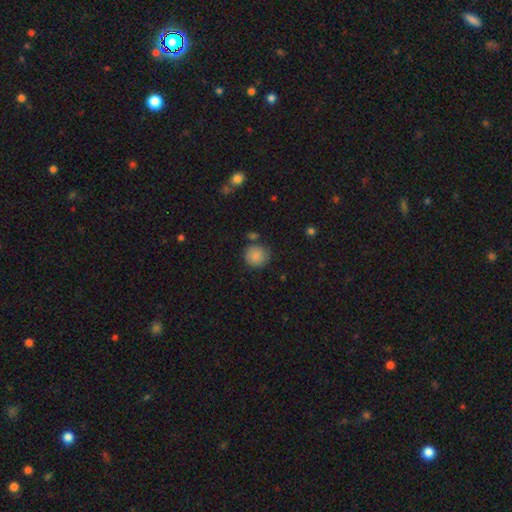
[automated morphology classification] The model was most divided on "merging": none: 78%, minor disturbance: 13%, merger: 5%, major disturbance: 3%. More confident: how rounded — round (90%); smooth or featured — smooth (87%).